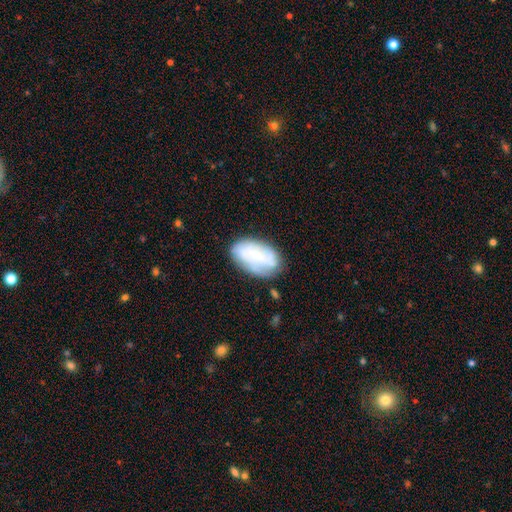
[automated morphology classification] smooth_or_featured: featured or disk (p=0.55) [alt: smooth p=0.38]
disk_edge_on: no (p=0.95) [alt: yes p=0.05]
bar: weak (p=0.43) [alt: no p=0.39]
has_spiral_arms: yes (p=0.71) [alt: no p=0.29]
bulge_size: small (p=0.67) [alt: moderate p=0.25]
merging: none (p=0.70) [alt: minor disturbance p=0.22]